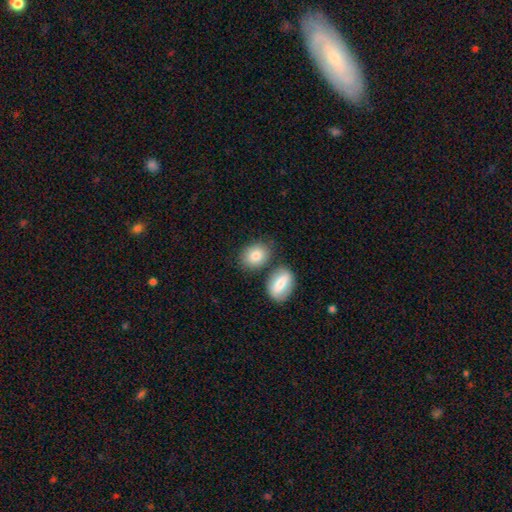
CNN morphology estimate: type=smooth (82%); roundness=in between (63%); merging=none (65%).